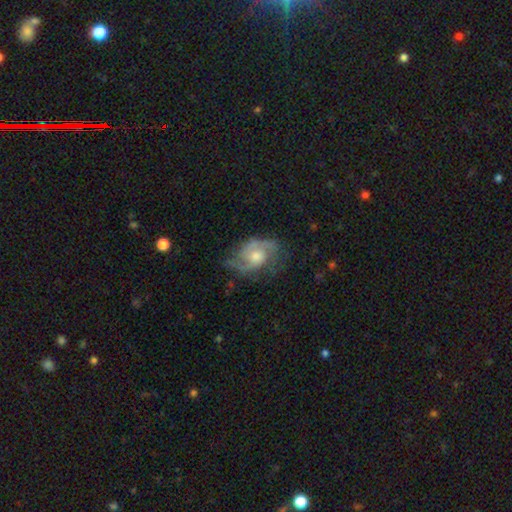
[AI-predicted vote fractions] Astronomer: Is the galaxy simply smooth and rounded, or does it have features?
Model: featured or disk — 75%.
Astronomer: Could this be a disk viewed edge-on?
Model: no — 96%.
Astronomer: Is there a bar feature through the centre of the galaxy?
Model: no — 71%.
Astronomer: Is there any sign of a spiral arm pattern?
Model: yes — 90%.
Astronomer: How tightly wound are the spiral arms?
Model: medium — 49% (runner-up: tight, 26%).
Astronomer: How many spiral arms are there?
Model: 2 — 69%.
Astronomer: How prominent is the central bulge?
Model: moderate — 60%.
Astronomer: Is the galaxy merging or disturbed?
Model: none — 59%.